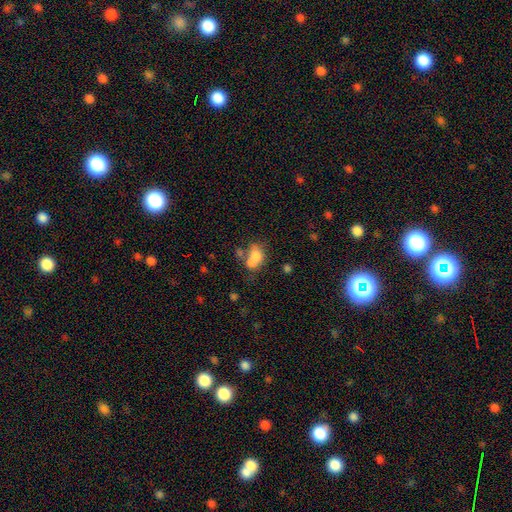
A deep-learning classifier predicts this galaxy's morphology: This appears to be a smooth galaxy with no disk features (68%) that is in between round and cigar-shaped (66%). Merging: merger (53%).